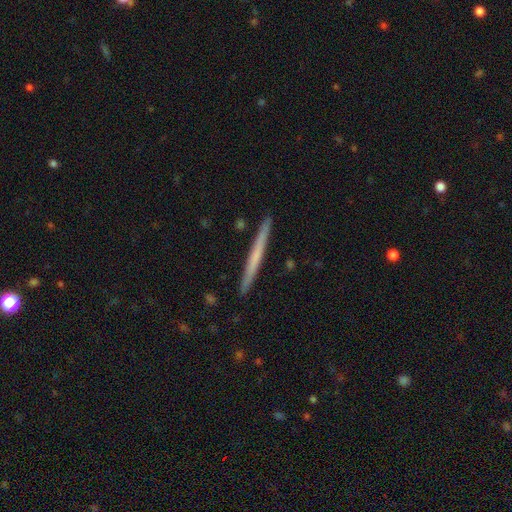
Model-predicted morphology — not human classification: Smooth or featured? smooth (47%, tied with featured or disk)
Merging? none (92%)